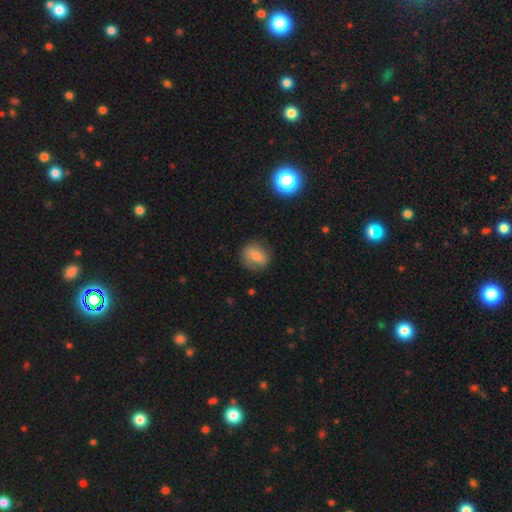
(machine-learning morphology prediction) This is likely a smooth galaxy (73%). How rounded: possibly round (57%). Merging: likely none (76%).